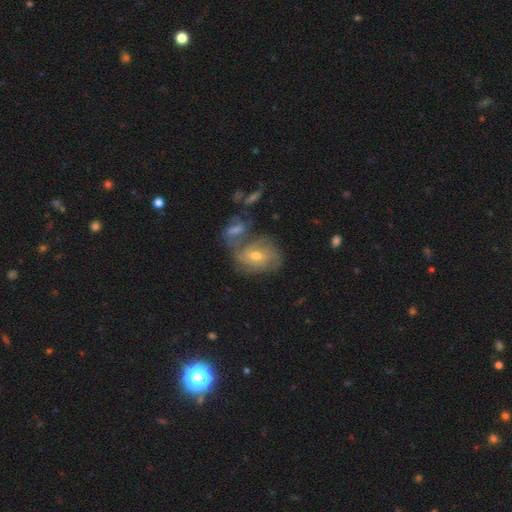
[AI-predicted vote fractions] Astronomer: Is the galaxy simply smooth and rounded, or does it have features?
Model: featured or disk — 69%.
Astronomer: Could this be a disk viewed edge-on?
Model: no — 96%.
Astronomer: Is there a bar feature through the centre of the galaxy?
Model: no — 57% (runner-up: weak, 35%).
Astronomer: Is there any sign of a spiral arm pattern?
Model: yes — 86%.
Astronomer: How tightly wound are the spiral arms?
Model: tight — 50% (runner-up: medium, 37%).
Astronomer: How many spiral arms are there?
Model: can't tell — 40% (runner-up: 2, 22%).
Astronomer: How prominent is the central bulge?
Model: moderate — 55% (runner-up: small, 40%).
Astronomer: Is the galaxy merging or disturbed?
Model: none — 41% (runner-up: merger, 37%).